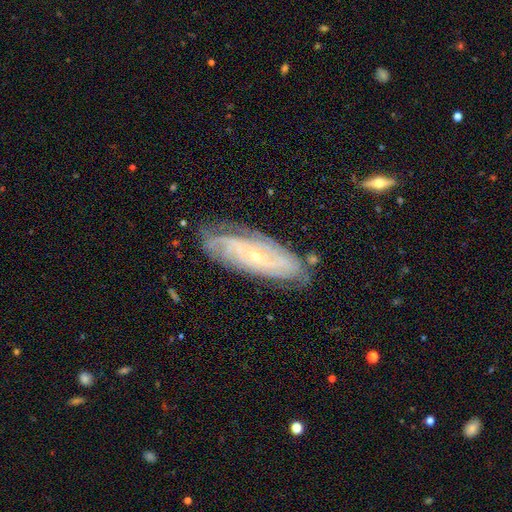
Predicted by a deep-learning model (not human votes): Overall: featured or disk (83%). Edge-on disk: no (88%). Bar: no (70%). Spiral arms: yes (95%). Spiral arm count: can't tell (37%; 4 18%). Spiral winding: tight (73%). Bulge size: small (80%). Merging: none (78%).